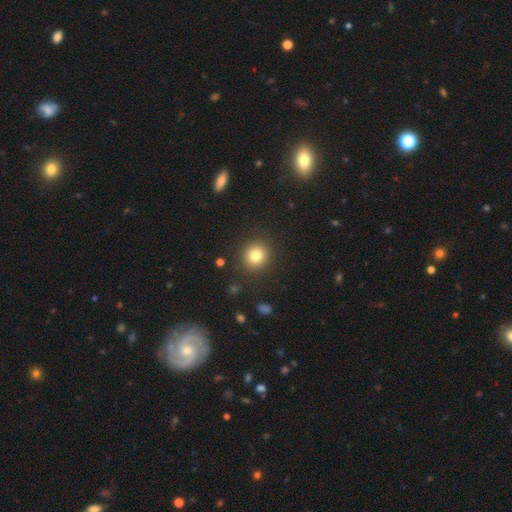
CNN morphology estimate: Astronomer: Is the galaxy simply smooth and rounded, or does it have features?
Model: smooth — 81%.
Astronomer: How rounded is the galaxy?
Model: round — 90%.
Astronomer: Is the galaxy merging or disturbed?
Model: none — 90%.